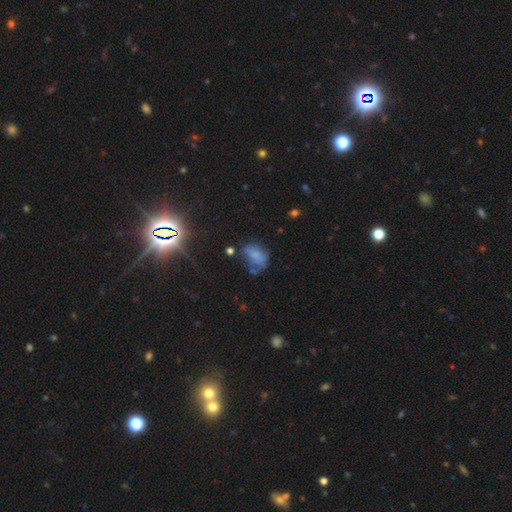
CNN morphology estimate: type=smooth (64%); roundness=in between (83%); merging=none (39%).